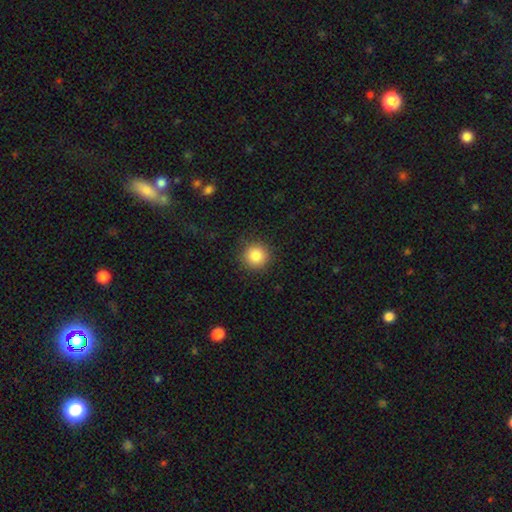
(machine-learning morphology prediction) Smooth or featured: smooth — 85% (star or artifact — 10%)
How rounded: round — 94% (in between — 5%)
Merging: none — 90% (minor disturbance — 7%)